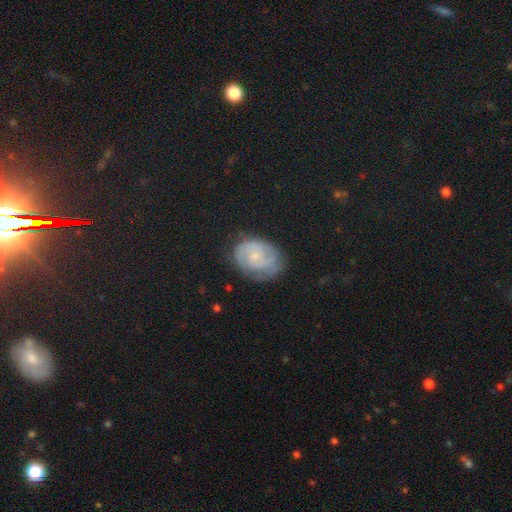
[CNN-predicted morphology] Q: Smooth or featured?
A: featured or disk (64%); runner-up: smooth (28%)
Q: Edge-on disk?
A: no (97%); runner-up: yes (3%)
Q: Bar?
A: no (74%); runner-up: weak (23%)
Q: Spiral arms?
A: yes (86%); runner-up: no (14%)
Q: Spiral winding?
A: tight (55%); runner-up: medium (34%)
Q: Spiral arm count?
A: 2 (41%); runner-up: can't tell (35%)
Q: Bulge size?
A: small (72%); runner-up: moderate (20%)
Q: Merging?
A: none (68%); runner-up: minor disturbance (22%)